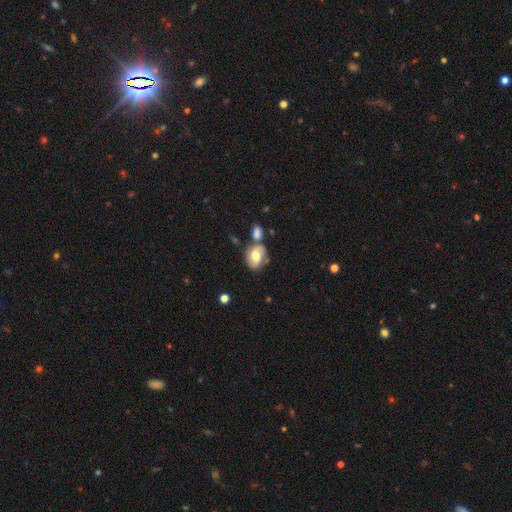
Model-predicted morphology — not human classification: A smooth galaxy with no disk features (50%).

Vote fractions:
- Smooth or featured? smooth: 50% / featured or disk: 42% / star or artifact: 8%
- Merging? none: 50% / merger: 23% / minor disturbance: 20% / major disturbance: 8%